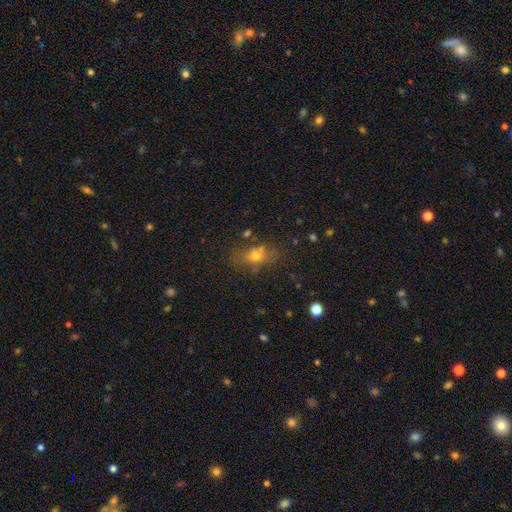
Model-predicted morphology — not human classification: Overall: smooth (61%). How rounded: in between (69%). Merging: none (67%).